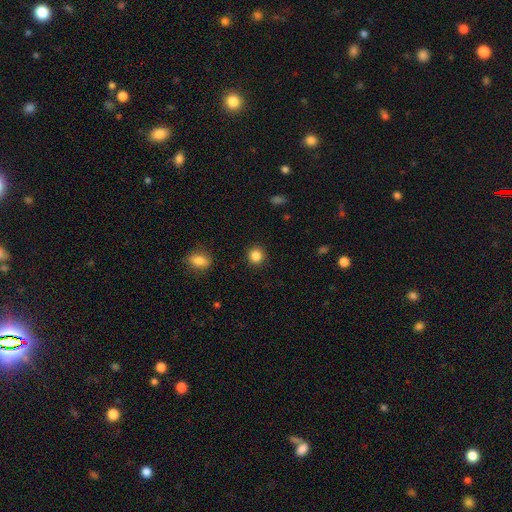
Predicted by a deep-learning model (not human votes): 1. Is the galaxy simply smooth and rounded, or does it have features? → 85% smooth, 11% star or artifact, 4% featured or disk.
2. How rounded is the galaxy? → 91% round, 8% in between, 1% cigar-shaped.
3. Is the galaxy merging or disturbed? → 91% none, 5% minor disturbance, 2% major disturbance, 1% merger.